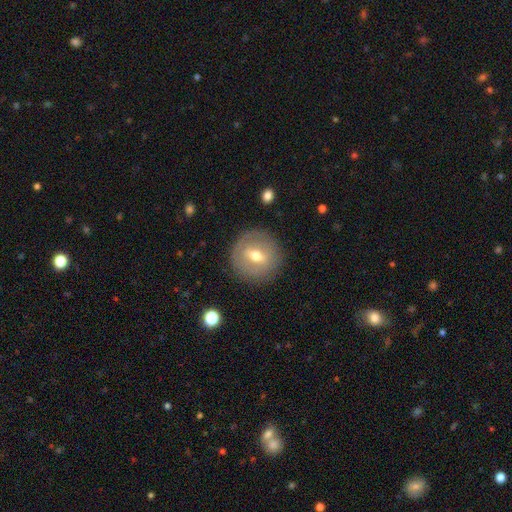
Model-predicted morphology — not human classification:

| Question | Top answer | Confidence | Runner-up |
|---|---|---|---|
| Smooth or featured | featured or disk | 50% | smooth (42%) |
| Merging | none | 85% | minor disturbance (10%) |